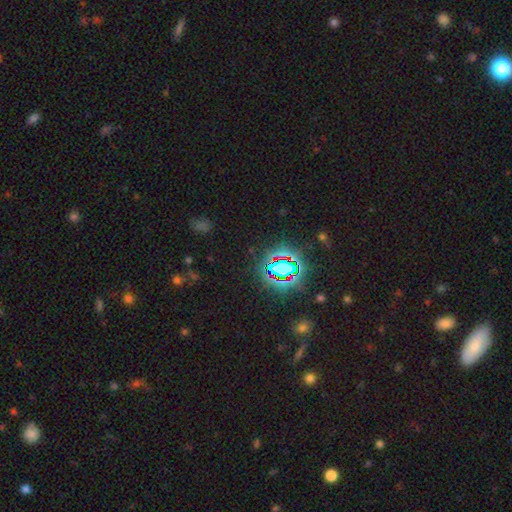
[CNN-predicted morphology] Q: Smooth or featured?
A: star or artifact (78%); runner-up: smooth (14%)